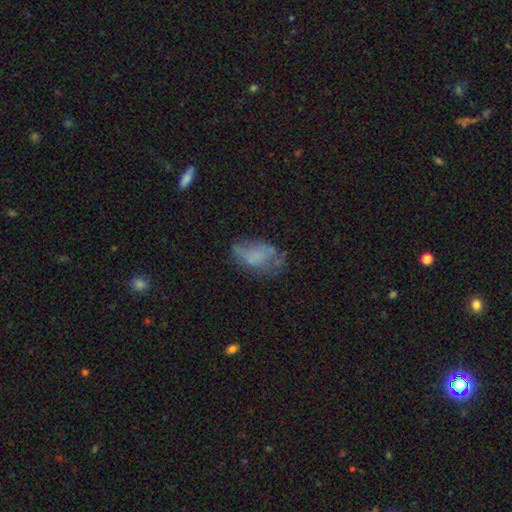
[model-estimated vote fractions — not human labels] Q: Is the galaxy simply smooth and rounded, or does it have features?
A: smooth — 55%.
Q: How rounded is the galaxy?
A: in between — 89%.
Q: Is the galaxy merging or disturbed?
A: none — 38%.